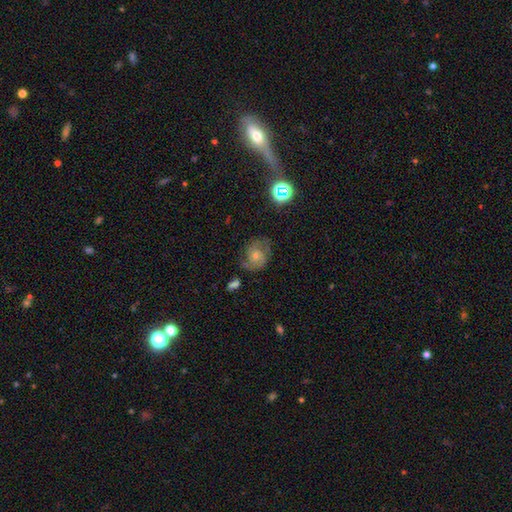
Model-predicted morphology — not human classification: Smooth or featured?
  - featured or disk: 68% *
  - smooth: 16%
  - star or artifact: 16%
Edge-on disk?
  - no: 97% *
  - yes: 3%
Bar?
  - no: 68% *
  - weak: 27%
  - strong: 5%
Spiral arms?
  - yes: 92% *
  - no: 8%
Spiral winding?
  - medium: 47% *
  - tight: 40%
  - loose: 13%
Spiral arm count?
  - 2: 61% *
  - can't tell: 18%
  - 3: 12%
  - 1: 4%
  - 4: 3%
  - more than 4: 3%
Bulge size?
  - moderate: 48% *
  - small: 43%
  - none: 4%
  - large: 4%
  - dominant: 1%
Merging?
  - none: 70% *
  - minor disturbance: 18%
  - major disturbance: 9%
  - merger: 3%